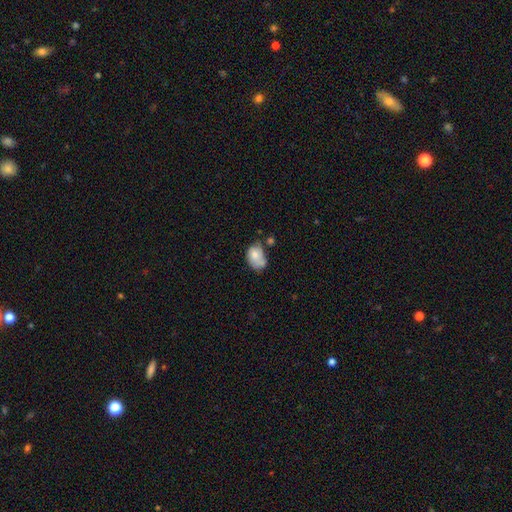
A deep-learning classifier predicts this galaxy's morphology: smooth-or-featured: smooth: 71% | featured or disk: 21% | star or artifact: 8%
  how-rounded: in between: 75% | round: 24% | cigar-shaped: 1%
  merging: minor disturbance: 34% | none: 32% | merger: 18% | major disturbance: 16%